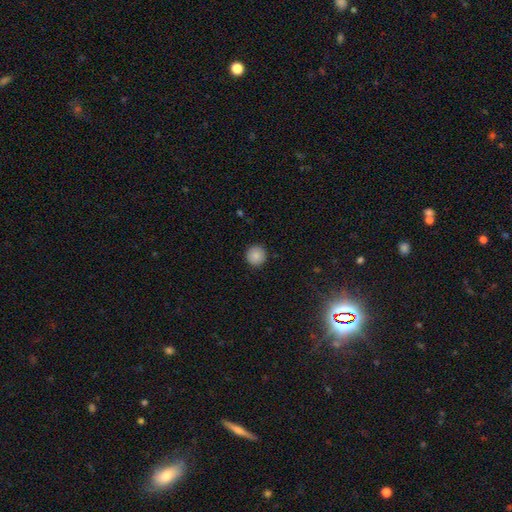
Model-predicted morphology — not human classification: smooth-or-featured: smooth: 87% | star or artifact: 9% | featured or disk: 4%
  how-rounded: round: 95% | in between: 4% | cigar-shaped: 1%
  merging: none: 92% | minor disturbance: 5% | major disturbance: 2% | merger: 1%